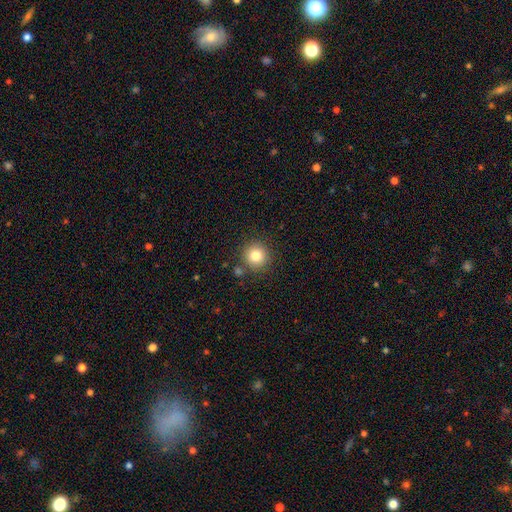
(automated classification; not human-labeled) Smooth or featured?
  - smooth: 81% *
  - star or artifact: 11%
  - featured or disk: 7%
How rounded?
  - round: 93% *
  - in between: 6%
  - cigar-shaped: 1%
Merging?
  - none: 84% *
  - minor disturbance: 8%
  - merger: 5%
  - major disturbance: 3%